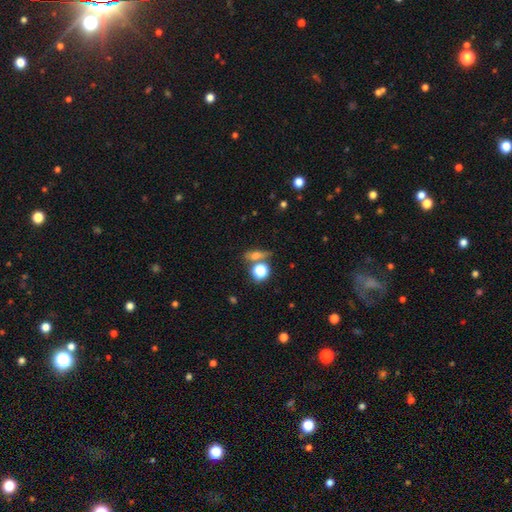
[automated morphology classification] A smooth galaxy with no disk features (62%) that is in between round and cigar-shaped (43%). Merging: none (61%).